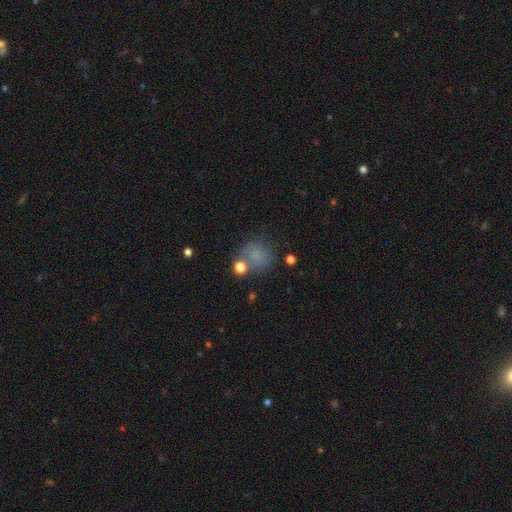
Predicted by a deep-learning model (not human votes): This appears to be a smooth galaxy with no disk features (73%) that is round (81%). Merging: none (63%).